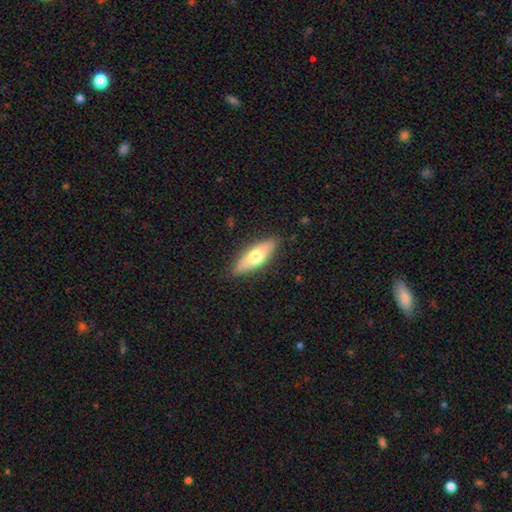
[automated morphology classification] Smooth or featured?
  - smooth: 62% *
  - featured or disk: 32%
  - star or artifact: 6%
How rounded?
  - in between: 65% *
  - cigar-shaped: 33%
  - round: 3%
Merging?
  - none: 85% *
  - minor disturbance: 12%
  - major disturbance: 2%
  - merger: 1%